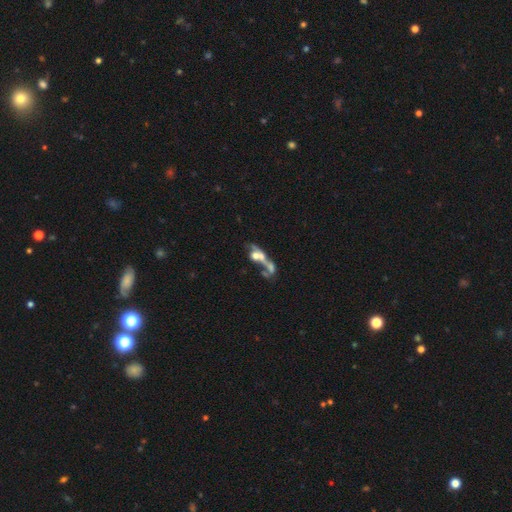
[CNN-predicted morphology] featured or disk 49%, smooth 36%, star or artifact 15%. Down the decision tree: merging — merger (56%).